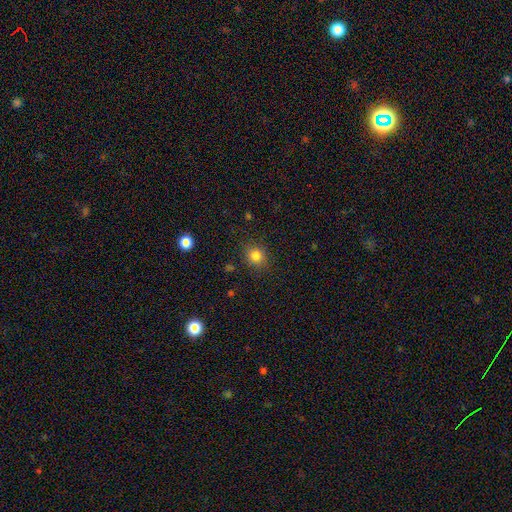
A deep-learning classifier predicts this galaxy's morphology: This is clearly a smooth galaxy (82%). How rounded: clearly round (80%). Merging: clearly none (87%).